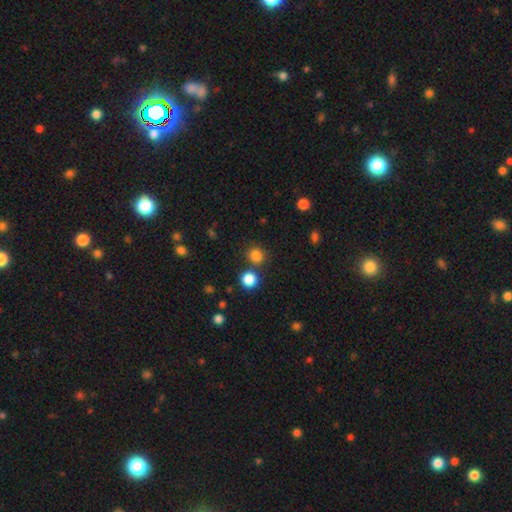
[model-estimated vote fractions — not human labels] smooth_or_featured: smooth (p=0.82) [alt: star or artifact p=0.14]
how_rounded: round (p=0.89) [alt: in between p=0.10]
merging: none (p=0.77) [alt: merger p=0.12]